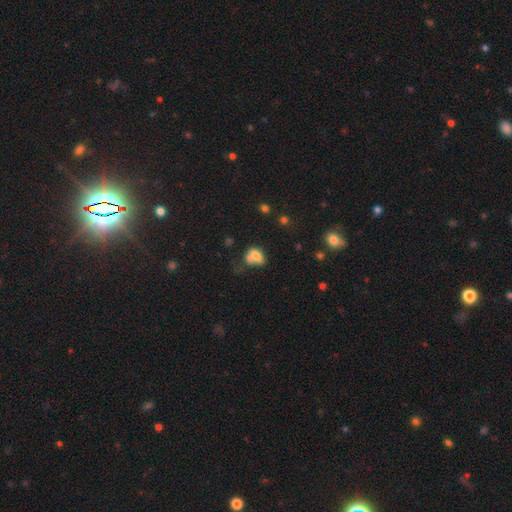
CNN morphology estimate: A smooth galaxy with no disk features (68%) that is in between round and cigar-shaped (76%).

Vote fractions:
- Smooth or featured? smooth: 68% / featured or disk: 20% / star or artifact: 13%
- How rounded? in between: 76% / round: 20% / cigar-shaped: 4%
- Merging? merger: 41% / none: 28% / minor disturbance: 18% / major disturbance: 14%